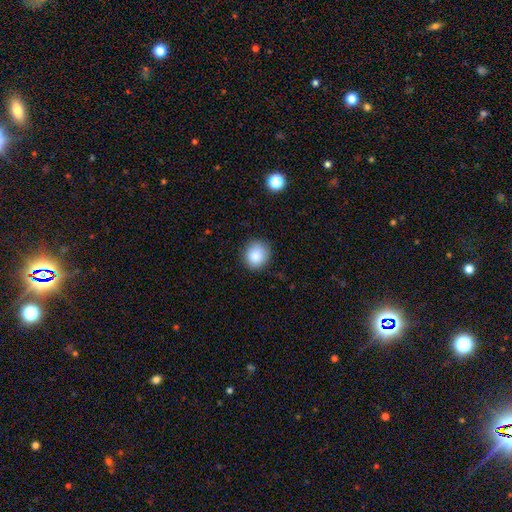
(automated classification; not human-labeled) smooth-or-featured: smooth: 87% | star or artifact: 8% | featured or disk: 4%
  how-rounded: round: 75% | in between: 24% | cigar-shaped: 1%
  merging: none: 86% | minor disturbance: 11% | major disturbance: 2% | merger: 1%